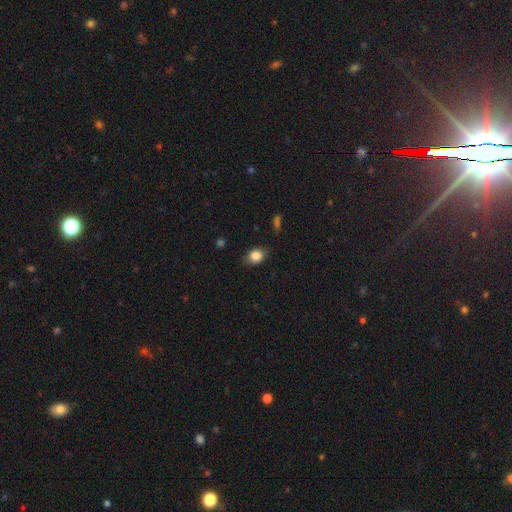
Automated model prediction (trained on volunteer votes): Smooth or featured? Predicted: smooth (p=0.84). How rounded? Predicted: in between (p=0.59). Merging? Predicted: none (p=0.77).